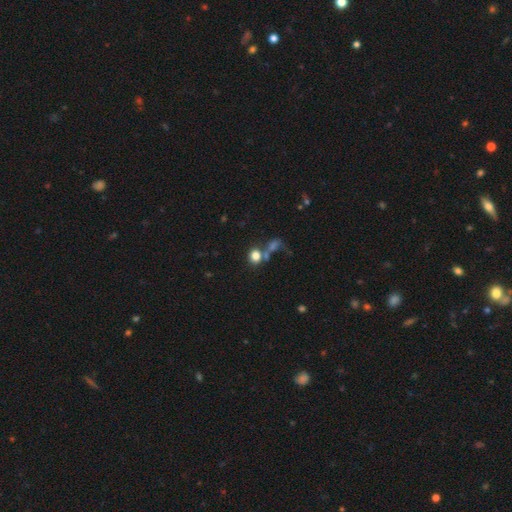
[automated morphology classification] smooth-or-featured: smooth: 77% | star or artifact: 14% | featured or disk: 9%
  how-rounded: round: 77% | in between: 22% | cigar-shaped: 1%
  merging: none: 49% | merger: 32% | minor disturbance: 10% | major disturbance: 9%